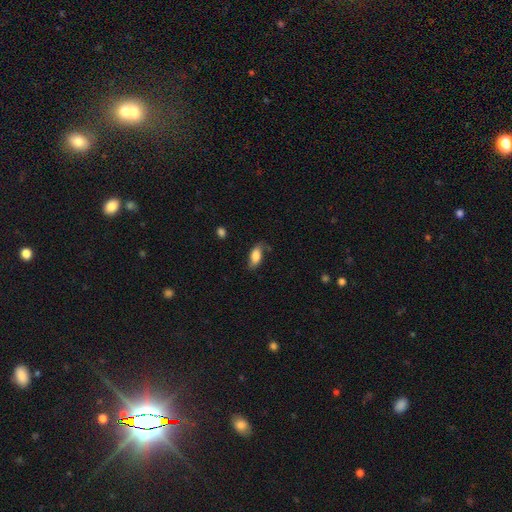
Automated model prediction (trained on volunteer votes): smooth-or-featured: smooth: 79% | featured or disk: 14% | star or artifact: 7%
  how-rounded: in between: 86% | cigar-shaped: 10% | round: 3%
  merging: none: 64% | minor disturbance: 26% | major disturbance: 8% | merger: 2%